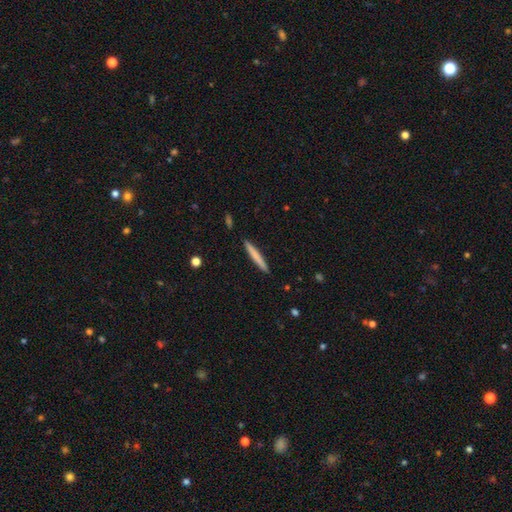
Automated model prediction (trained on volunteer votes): Smooth or featured? Predicted: smooth (p=0.72). How rounded? Predicted: cigar-shaped (p=0.96). Merging? Predicted: none (p=0.92).